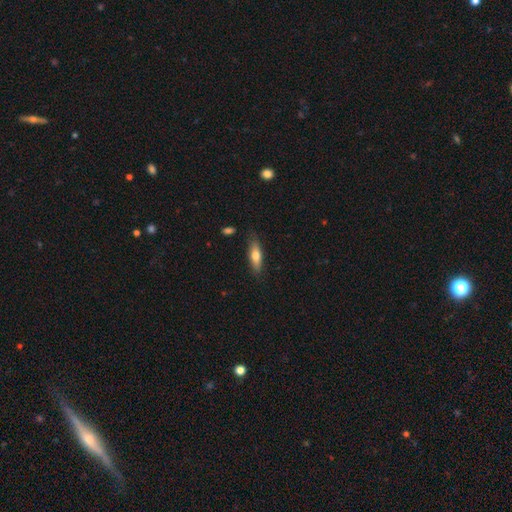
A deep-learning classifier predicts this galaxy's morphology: Smooth or featured? Predicted: smooth (p=0.68). How rounded? Predicted: cigar-shaped (p=0.50). Merging? Predicted: none (p=0.80).